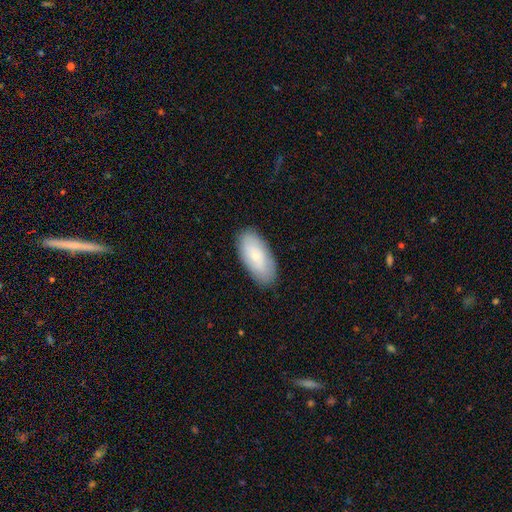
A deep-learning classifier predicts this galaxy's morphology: Smooth or featured? Predicted: smooth (p=0.74). How rounded? Predicted: in between (p=0.90). Merging? Predicted: none (p=0.86).